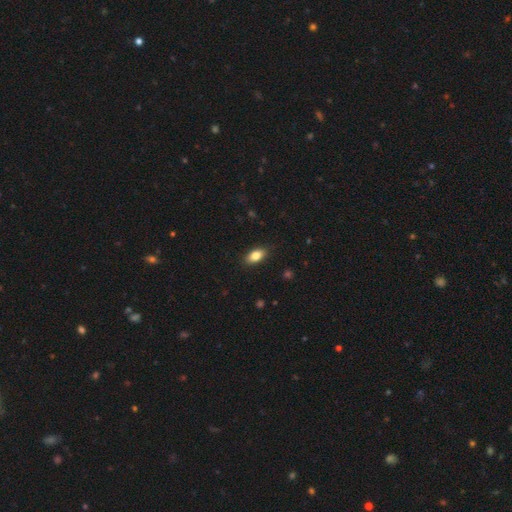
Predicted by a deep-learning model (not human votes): smooth 83%, featured or disk 9%, star or artifact 7%. Down the decision tree: how rounded — in between (90%); merging — none (87%).